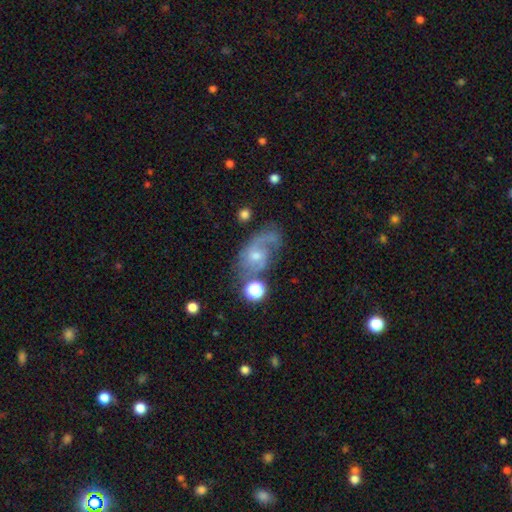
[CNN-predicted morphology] Overall: featured or disk (70%). Edge-on disk: no (96%). Bar: no (66%; weak 29%). Spiral arms: yes (89%). Spiral arm count: 2 (43%; 1 40%). Spiral winding: medium (43%; loose 35%). Bulge size: small (56%; moderate 36%). Merging: none (48%; minor disturbance 22%).